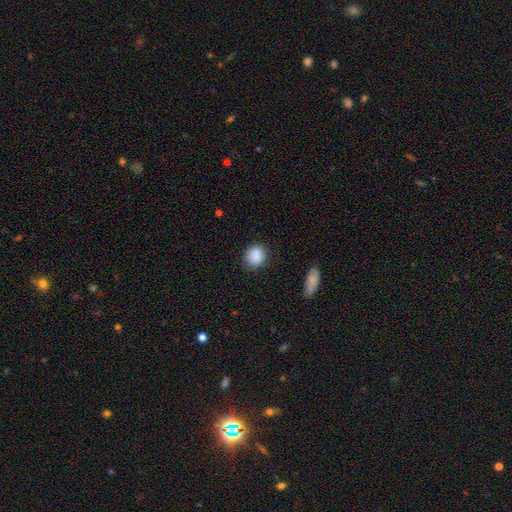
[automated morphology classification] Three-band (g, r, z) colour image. It shows a smooth galaxy with no disk features (88%) that is round (70%). Merging: none (82%).